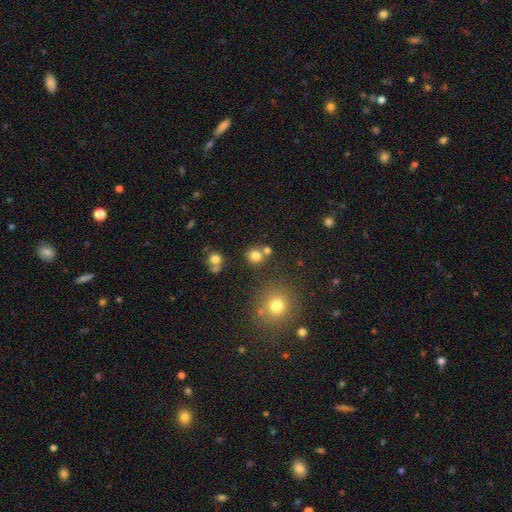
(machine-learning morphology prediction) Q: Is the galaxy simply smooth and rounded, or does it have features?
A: smooth — 78%.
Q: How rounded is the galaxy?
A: round — 84%.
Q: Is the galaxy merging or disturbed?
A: none — 70%.